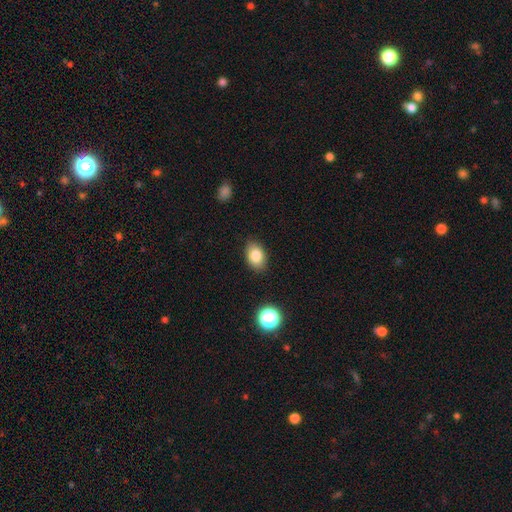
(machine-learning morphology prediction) Smooth or featured? smooth (83%)
How rounded? in between (83%)
Merging? none (86%)